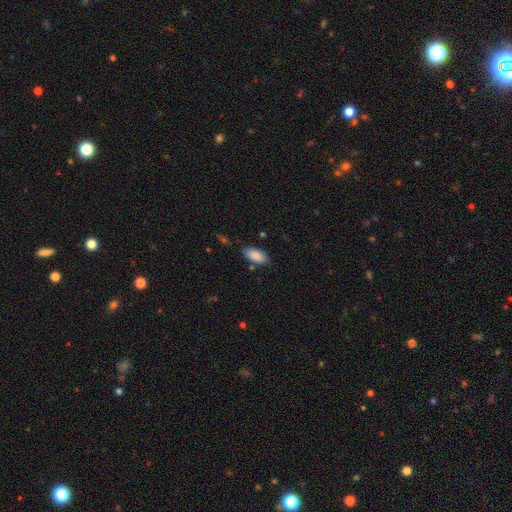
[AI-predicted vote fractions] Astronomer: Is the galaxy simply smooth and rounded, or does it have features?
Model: smooth — 88%.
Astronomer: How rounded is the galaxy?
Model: in between — 89%.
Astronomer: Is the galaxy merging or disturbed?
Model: none — 82%.